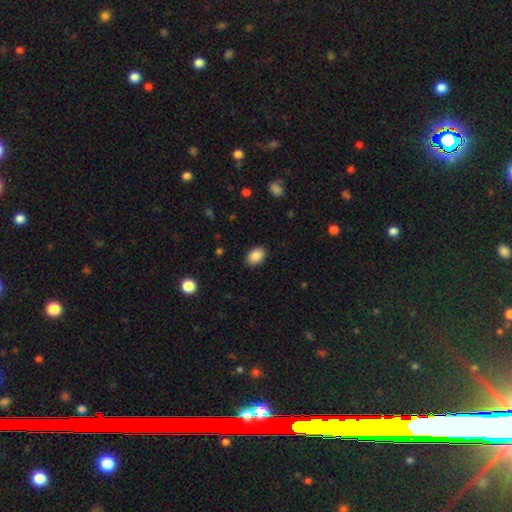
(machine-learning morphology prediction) Smooth or featured? smooth (88%)
How rounded? in between (78%)
Merging? none (89%)